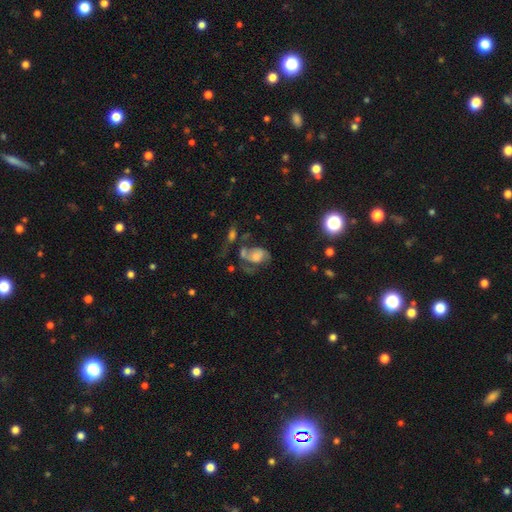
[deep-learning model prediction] smooth_or_featured: featured or disk (p=0.56) [alt: smooth p=0.33]
disk_edge_on: no (p=0.97) [alt: yes p=0.03]
bar: no (p=0.74) [alt: weak p=0.21]
has_spiral_arms: yes (p=0.69) [alt: no p=0.31]
bulge_size: moderate (p=0.33) [alt: small p=0.23]
merging: major disturbance (p=0.36) [alt: none p=0.25]